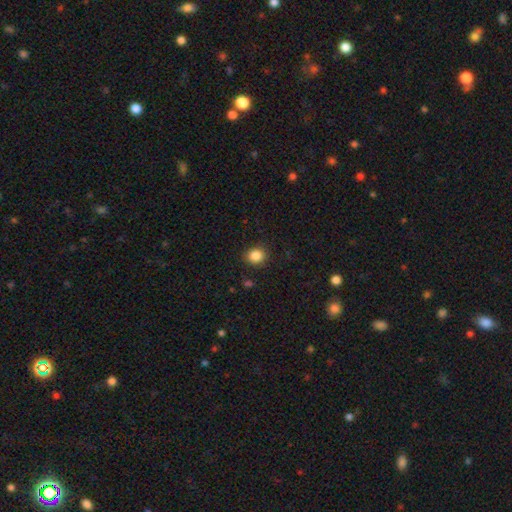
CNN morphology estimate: The model was most divided on "how rounded": round: 75%, in between: 24%, cigar-shaped: 1%. More confident: merging — none (89%); smooth or featured — smooth (86%).